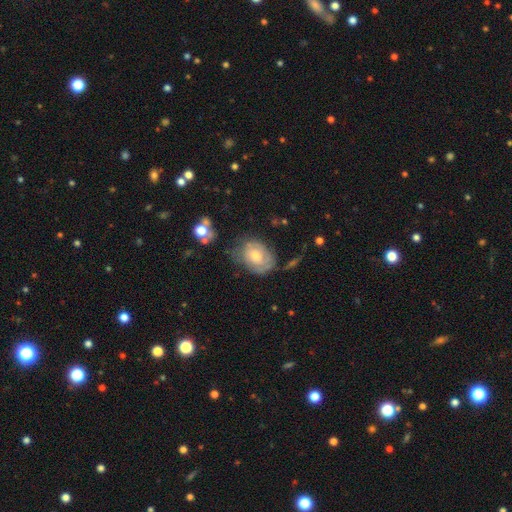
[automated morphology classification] featured or disk 52%, smooth 40%, star or artifact 7%. Down the decision tree: edge-on disk — no (96%); bar — no (76%); spiral arms — yes (72%); bulge size — moderate (55%); merging — none (54%).